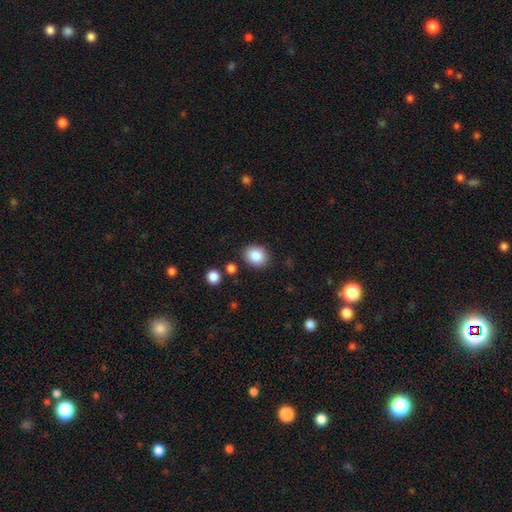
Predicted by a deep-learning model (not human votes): This is clearly a smooth galaxy (87%). How rounded: likely round (62%). Merging: clearly none (85%).